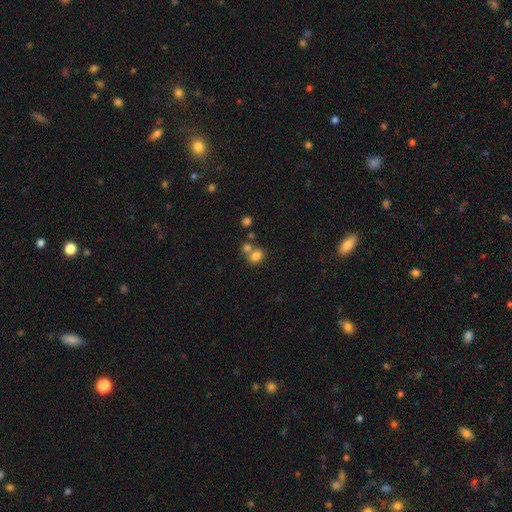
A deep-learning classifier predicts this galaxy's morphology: Q: Smooth or featured?
A: smooth (79%); runner-up: star or artifact (12%)
Q: How rounded?
A: in between (52%); runner-up: round (47%)
Q: Merging?
A: none (47%); runner-up: merger (39%)